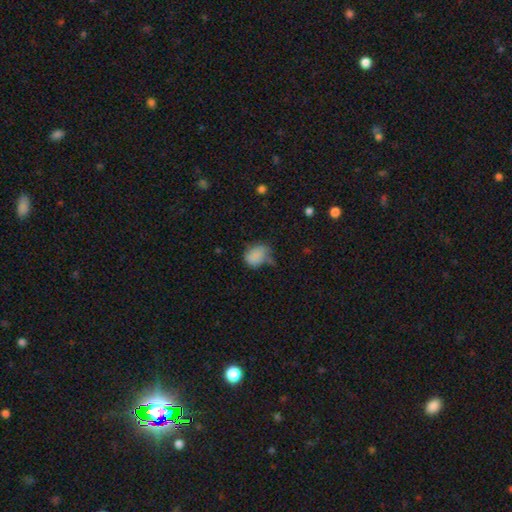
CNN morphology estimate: Overall: smooth (81%). How rounded: in between (62%; round 37%). Merging: none (40%; minor disturbance 36%).